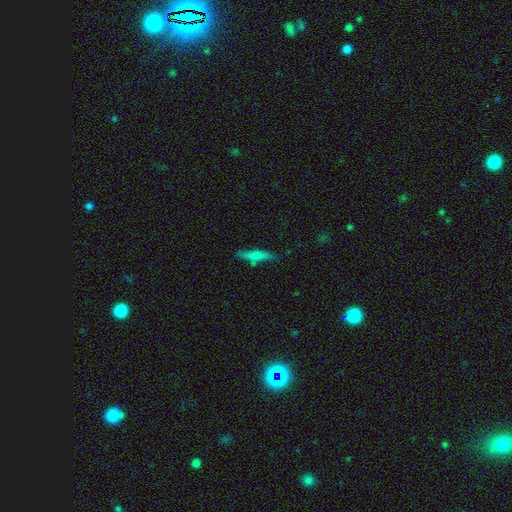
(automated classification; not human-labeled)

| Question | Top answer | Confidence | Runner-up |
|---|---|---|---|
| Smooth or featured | smooth | 63% | featured or disk (30%) |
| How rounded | cigar-shaped | 87% | in between (12%) |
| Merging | none | 76% | minor disturbance (15%) |